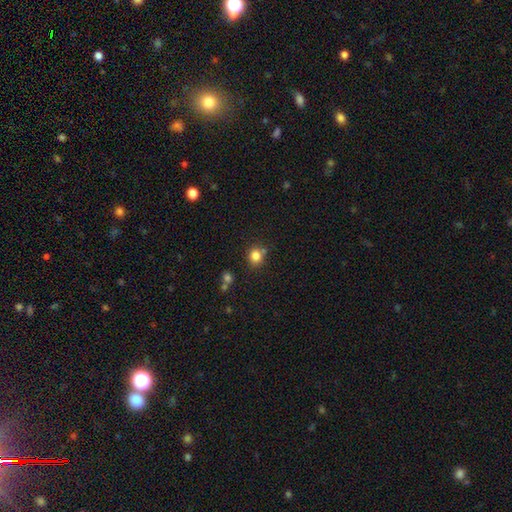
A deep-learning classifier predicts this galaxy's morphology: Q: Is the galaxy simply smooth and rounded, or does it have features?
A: smooth — 82%.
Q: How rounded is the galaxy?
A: round — 81%.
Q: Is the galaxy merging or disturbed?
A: none — 73%.